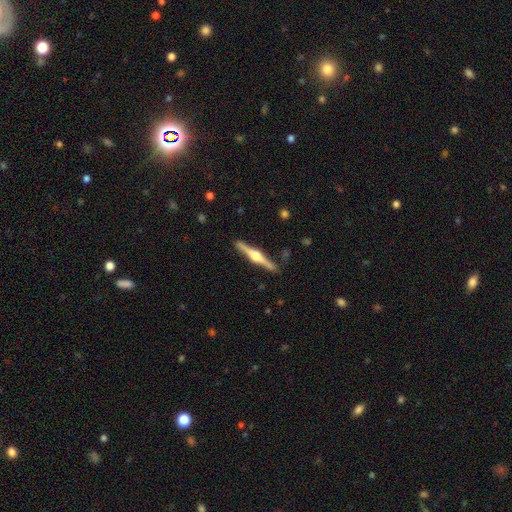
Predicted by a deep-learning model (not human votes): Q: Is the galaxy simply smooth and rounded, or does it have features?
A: featured or disk — 82%.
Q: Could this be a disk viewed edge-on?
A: yes — 98%.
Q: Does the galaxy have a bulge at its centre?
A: rounded — 94%.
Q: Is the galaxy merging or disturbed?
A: none — 90%.